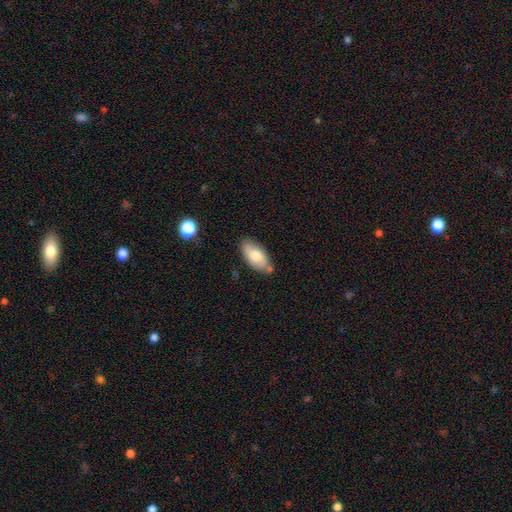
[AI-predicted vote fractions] Smooth or featured? smooth (73%)
How rounded? in between (92%)
Merging? none (72%)